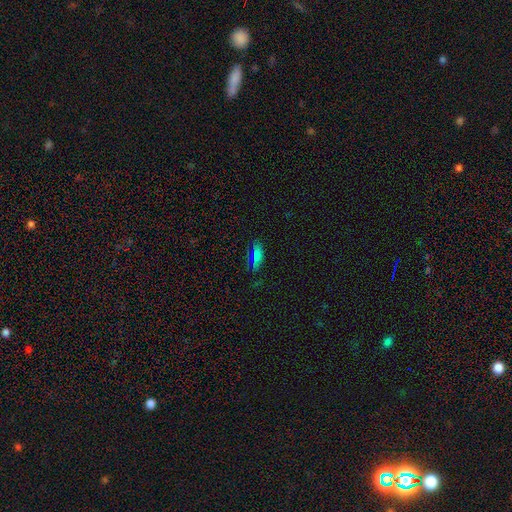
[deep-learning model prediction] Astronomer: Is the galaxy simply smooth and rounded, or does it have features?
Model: smooth — 60%.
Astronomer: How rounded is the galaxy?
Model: in between — 76%.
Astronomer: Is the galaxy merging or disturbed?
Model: none — 77%.